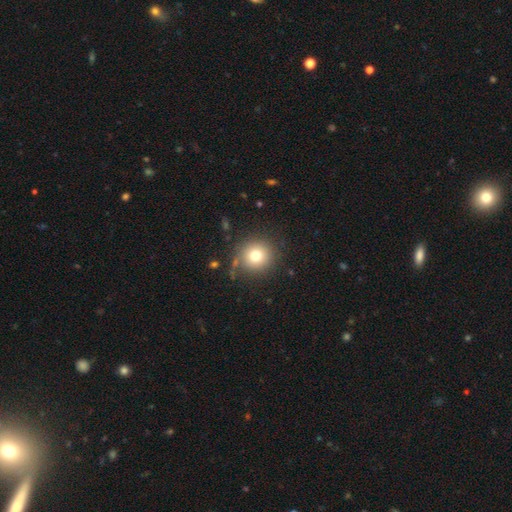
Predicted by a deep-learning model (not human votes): Smooth or featured?
  - smooth: 76% *
  - star or artifact: 13%
  - featured or disk: 11%
How rounded?
  - round: 93% *
  - in between: 6%
  - cigar-shaped: 1%
Merging?
  - none: 82% *
  - minor disturbance: 11%
  - major disturbance: 4%
  - merger: 3%